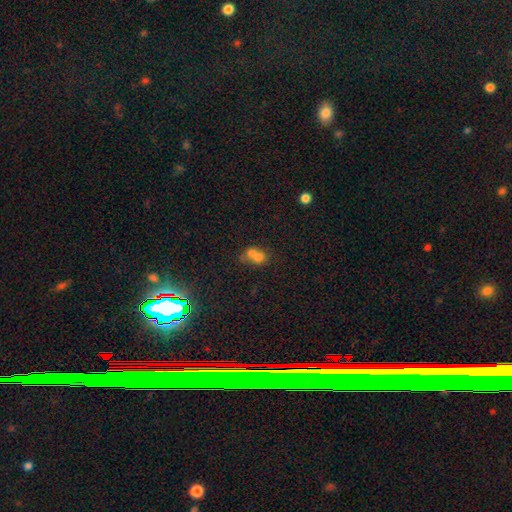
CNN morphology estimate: This appears to be a smooth galaxy with no disk features (67%) that is round (58%). Merging: merger (69%).